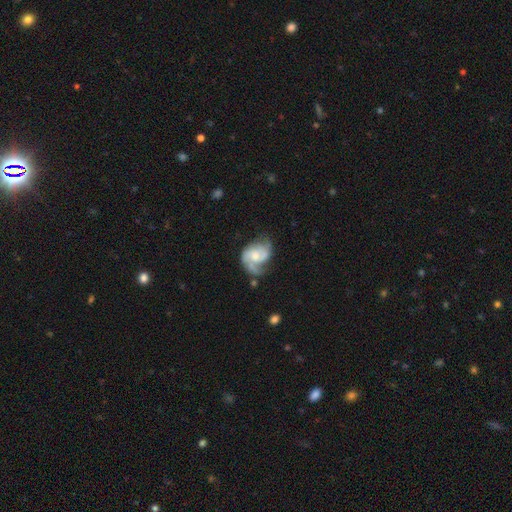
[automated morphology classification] Smooth or featured?
  - featured or disk: 77% *
  - smooth: 17%
  - star or artifact: 6%
Edge-on disk?
  - no: 98% *
  - yes: 2%
Bar?
  - no: 65% *
  - weak: 30%
  - strong: 5%
Spiral arms?
  - yes: 92% *
  - no: 8%
Spiral winding?
  - medium: 47% *
  - tight: 28%
  - loose: 25%
Spiral arm count?
  - 2: 57% *
  - 3: 15%
  - can't tell: 12%
  - 1: 11%
  - 4: 2%
  - more than 4: 2%
Bulge size?
  - moderate: 50% *
  - small: 31%
  - large: 9%
  - none: 8%
  - dominant: 1%
Merging?
  - none: 46% *
  - minor disturbance: 27%
  - major disturbance: 22%
  - merger: 4%